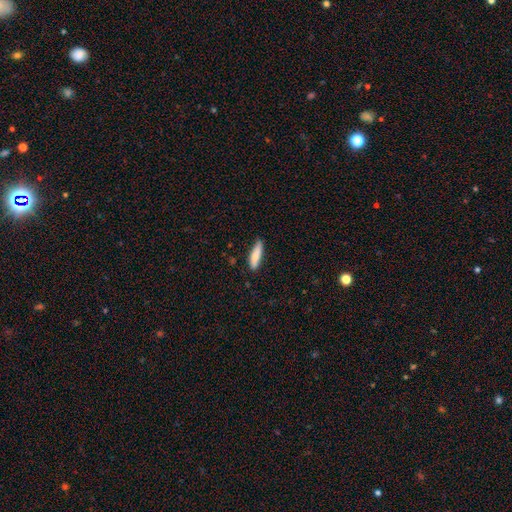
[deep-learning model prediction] smooth-or-featured: smooth: 79% | featured or disk: 15% | star or artifact: 6%
  how-rounded: cigar-shaped: 68% | in between: 30% | round: 2%
  merging: none: 79% | minor disturbance: 17% | major disturbance: 2% | merger: 1%